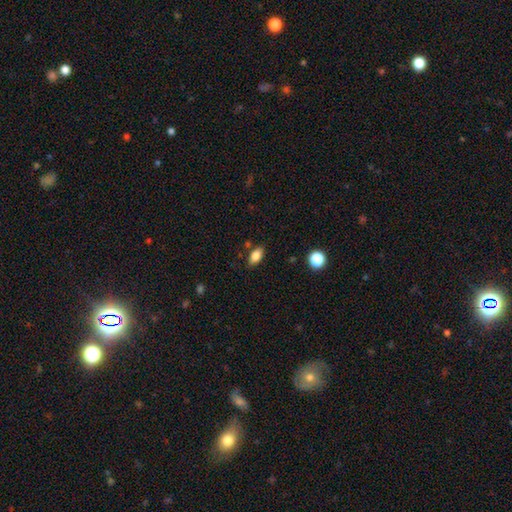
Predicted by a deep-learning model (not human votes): Morphology: type=smooth (81%); roundness=in between (87%); merging=none (81%).